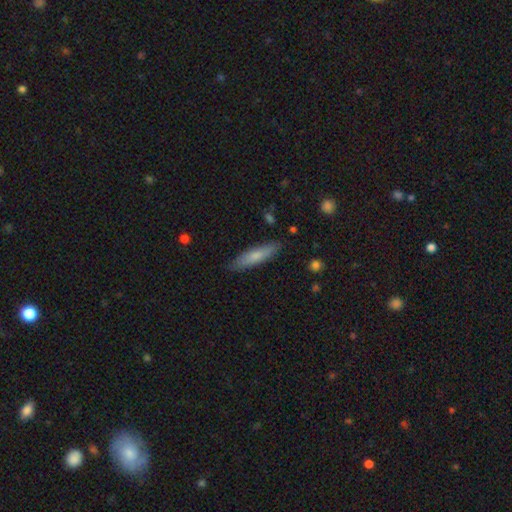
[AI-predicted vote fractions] Smooth or featured: smooth — 71% (featured or disk — 23%)
How rounded: cigar-shaped — 75% (in between — 23%)
Merging: none — 85% (minor disturbance — 12%)